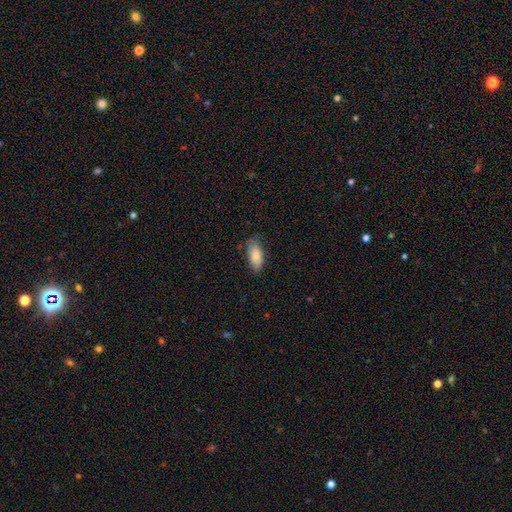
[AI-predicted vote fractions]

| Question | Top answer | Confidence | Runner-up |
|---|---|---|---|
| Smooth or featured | smooth | 80% | featured or disk (13%) |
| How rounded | in between | 90% | cigar-shaped (7%) |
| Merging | none | 73% | minor disturbance (22%) |